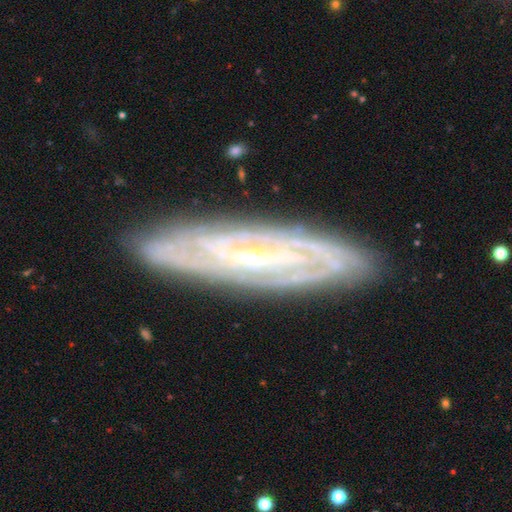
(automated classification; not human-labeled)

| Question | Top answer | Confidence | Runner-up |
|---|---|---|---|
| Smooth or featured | featured or disk | 84% | smooth (9%) |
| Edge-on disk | no | 78% | yes (22%) |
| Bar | weak | 38% | strong (34%) |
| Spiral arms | yes | 95% | no (5%) |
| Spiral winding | tight | 72% | medium (23%) |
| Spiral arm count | can't tell | 35% | 2 (32%) |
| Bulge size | small | 73% | moderate (19%) |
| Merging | none | 85% | minor disturbance (11%) |